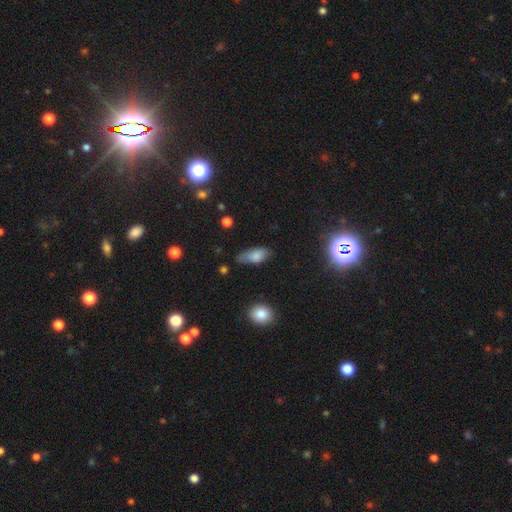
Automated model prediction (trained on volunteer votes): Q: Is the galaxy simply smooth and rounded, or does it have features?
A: smooth — 76%.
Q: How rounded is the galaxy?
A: in between — 84%.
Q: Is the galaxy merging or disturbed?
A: none — 59%.